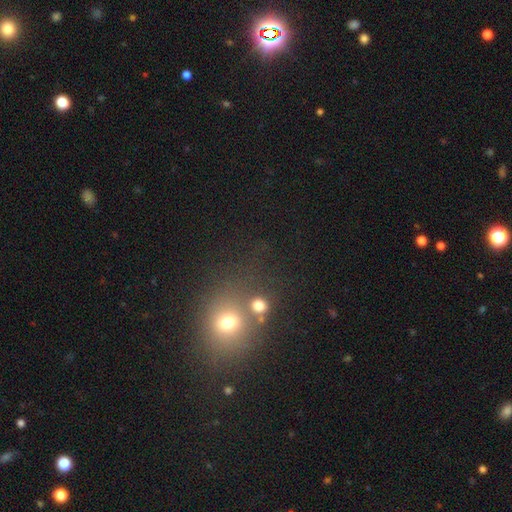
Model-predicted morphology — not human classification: Overall: smooth (48%; star or artifact 41%). Merging: none (63%; merger 23%).